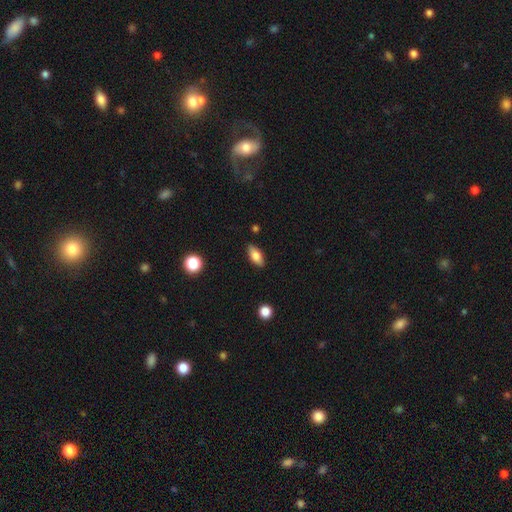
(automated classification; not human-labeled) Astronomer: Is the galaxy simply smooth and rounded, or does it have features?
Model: smooth — 77%.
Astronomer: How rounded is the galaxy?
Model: in between — 86%.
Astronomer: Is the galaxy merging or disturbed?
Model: none — 87%.